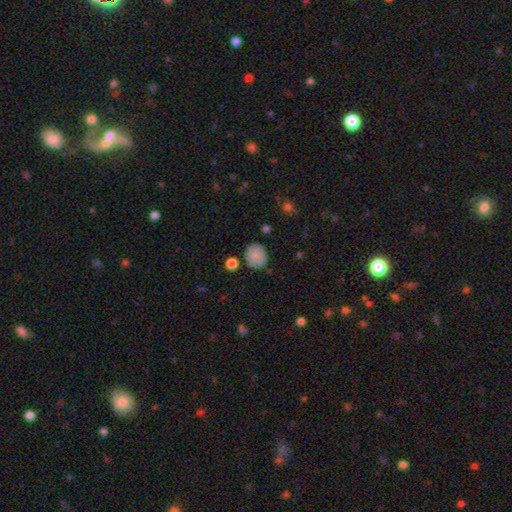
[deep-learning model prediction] Smooth or featured? Predicted: smooth (p=0.81). How rounded? Predicted: round (p=0.78). Merging? Predicted: none (p=0.78).